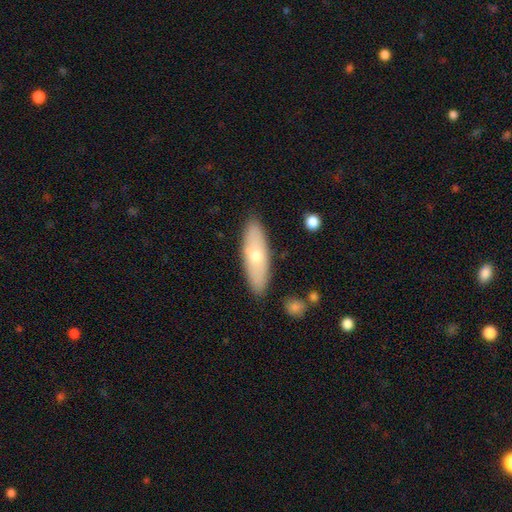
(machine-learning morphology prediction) This is possibly a smooth galaxy (58%). How rounded: possibly in between (52%). Merging: clearly none (87%).